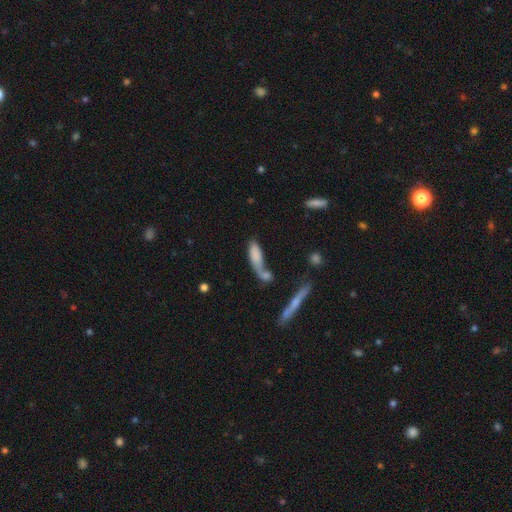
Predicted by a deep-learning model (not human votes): Morphology: type=smooth (74%); roundness=in between (58%); merging=merger (51%).